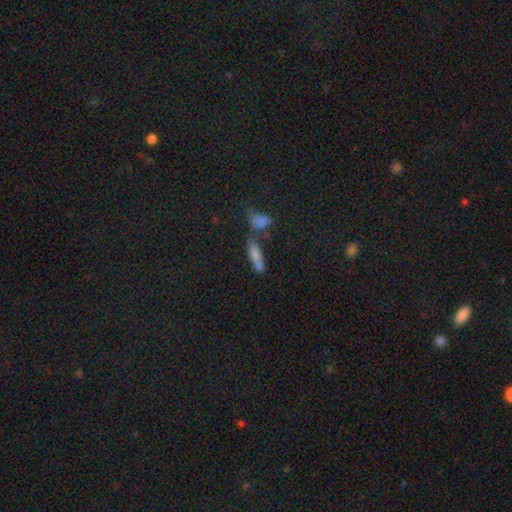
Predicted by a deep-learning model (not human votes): smooth_or_featured: smooth (p=0.69) [alt: featured or disk p=0.18]
how_rounded: cigar-shaped (p=0.53) [alt: in between p=0.43]
merging: merger (p=0.41) [alt: none p=0.36]